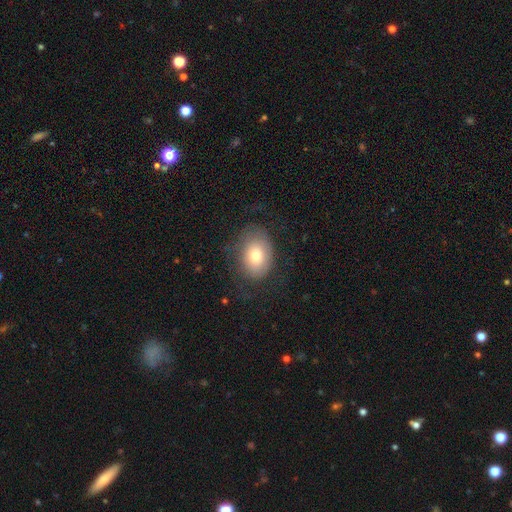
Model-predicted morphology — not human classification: Q: Smooth or featured?
A: smooth (71%); runner-up: featured or disk (21%)
Q: How rounded?
A: in between (74%); runner-up: round (25%)
Q: Merging?
A: none (69%); runner-up: minor disturbance (19%)